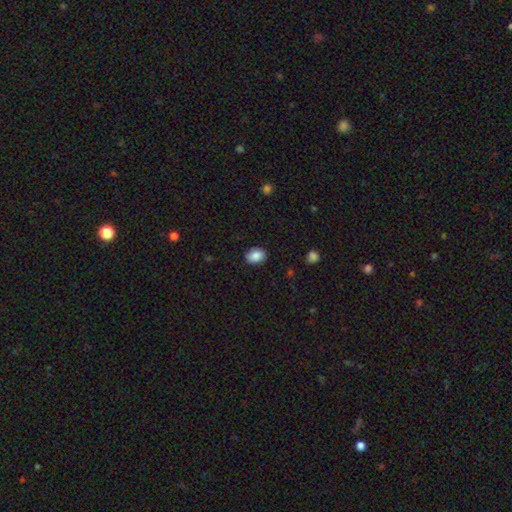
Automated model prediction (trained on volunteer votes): smooth_or_featured: smooth (p=0.86) [alt: star or artifact p=0.08]
how_rounded: in between (p=0.69) [alt: round p=0.30]
merging: none (p=0.86) [alt: minor disturbance p=0.10]